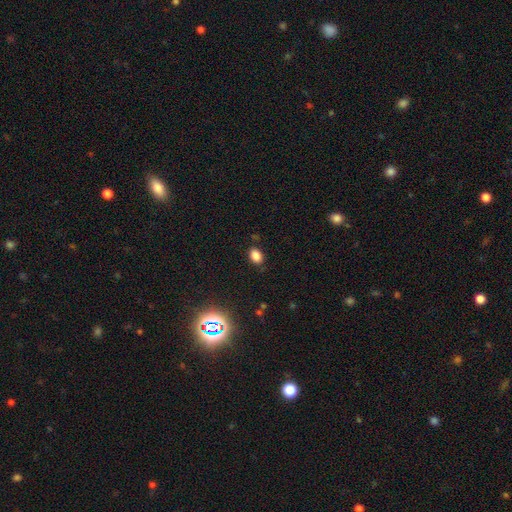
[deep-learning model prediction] smooth-or-featured: smooth: 82% | star or artifact: 14% | featured or disk: 5%
  how-rounded: in between: 77% | round: 22% | cigar-shaped: 1%
  merging: none: 82% | minor disturbance: 13% | major disturbance: 3% | merger: 2%